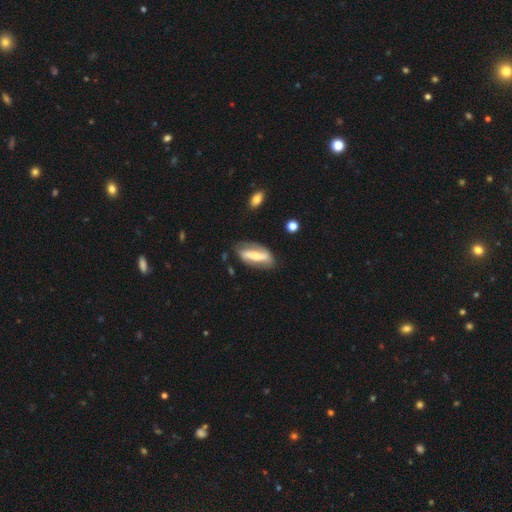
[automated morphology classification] This appears to be a featured or disk galaxy (65%) with a strong bar (63%), spiral arms (70%) and a moderate central bulge (46%). Merging: none (73%).